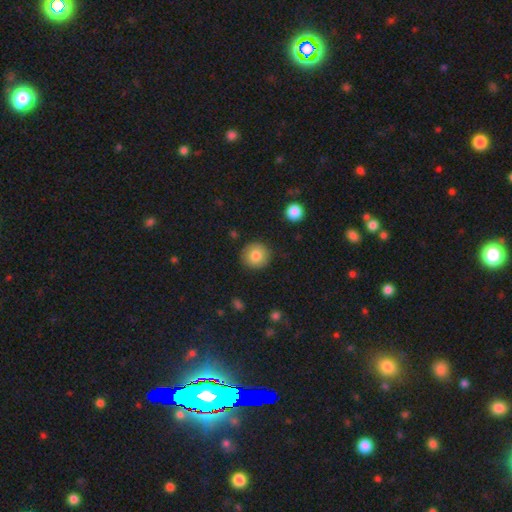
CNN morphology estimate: smooth-or-featured: smooth: 82% | featured or disk: 9% | star or artifact: 9%
  how-rounded: round: 93% | in between: 6% | cigar-shaped: 1%
  merging: none: 90% | minor disturbance: 7% | major disturbance: 2% | merger: 1%